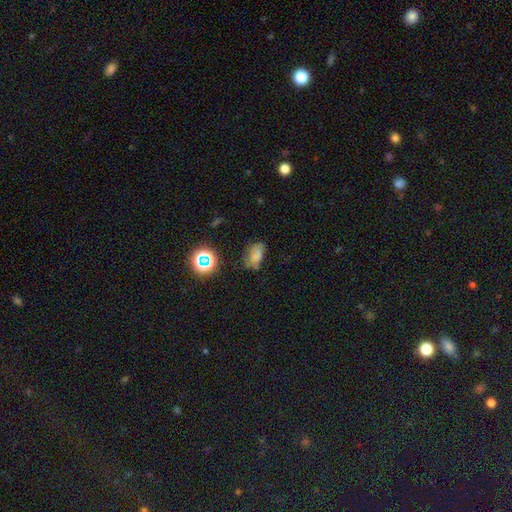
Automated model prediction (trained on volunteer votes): Smooth or featured: smooth — 65% (star or artifact — 20%)
How rounded: in between — 87% (round — 11%)
Merging: none — 54% (minor disturbance — 30%)